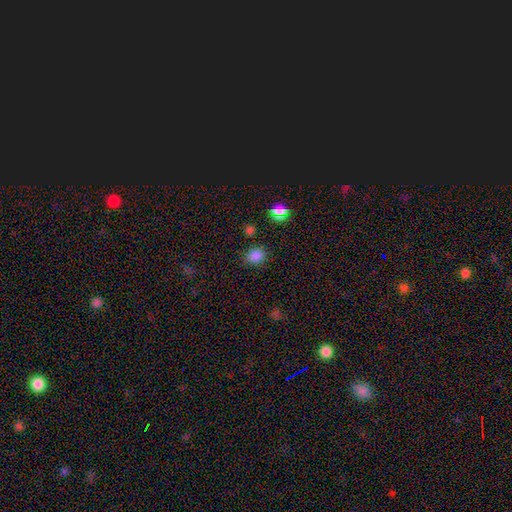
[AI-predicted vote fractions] smooth 79%, star or artifact 17%, featured or disk 4%. Down the decision tree: how rounded — round (60%); merging — none (82%).